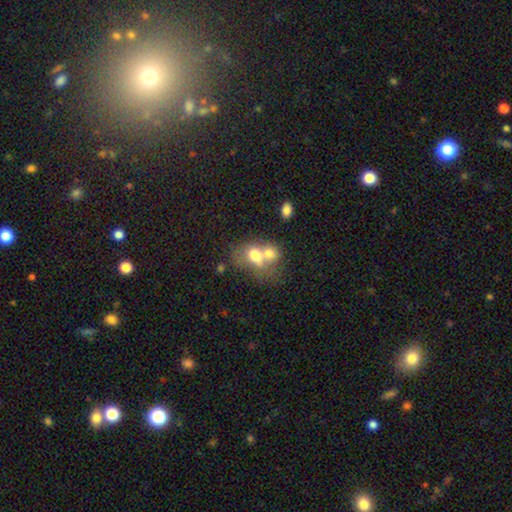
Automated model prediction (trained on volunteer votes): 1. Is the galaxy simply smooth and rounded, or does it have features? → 67% smooth, 23% featured or disk, 10% star or artifact.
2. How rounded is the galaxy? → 61% in between, 37% round, 1% cigar-shaped.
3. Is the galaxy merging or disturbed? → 66% merger, 19% none, 8% minor disturbance, 7% major disturbance.